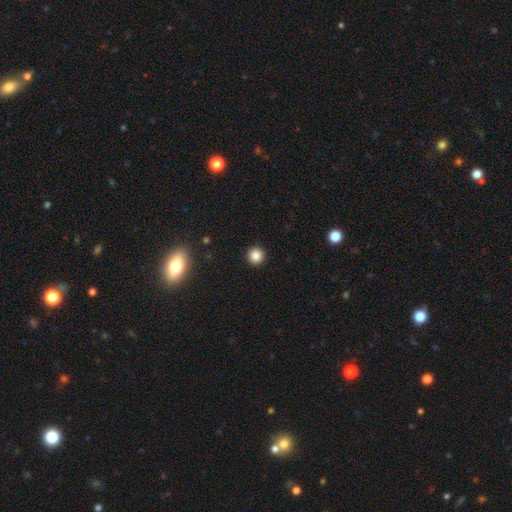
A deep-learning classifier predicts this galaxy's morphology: smooth-or-featured: smooth: 85% | star or artifact: 12% | featured or disk: 4%
  how-rounded: round: 95% | in between: 4% | cigar-shaped: 1%
  merging: none: 93% | minor disturbance: 5% | major disturbance: 2% | merger: 1%